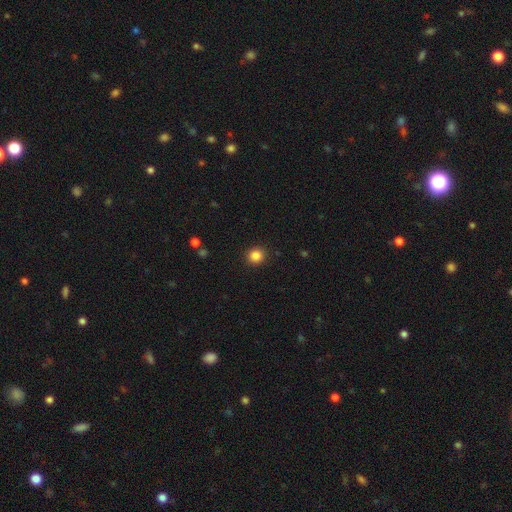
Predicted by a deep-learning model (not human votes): Q: Smooth or featured?
A: smooth (85%); runner-up: star or artifact (11%)
Q: How rounded?
A: round (90%); runner-up: in between (9%)
Q: Merging?
A: none (92%); runner-up: minor disturbance (5%)